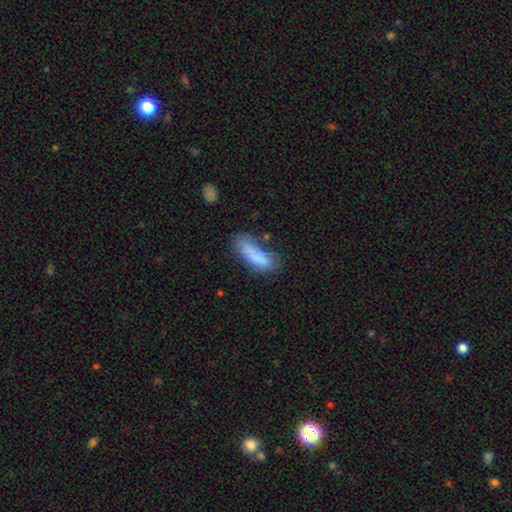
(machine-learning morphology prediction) Smooth or featured? smooth (82%)
How rounded? cigar-shaped (50%)
Merging? none (56%)